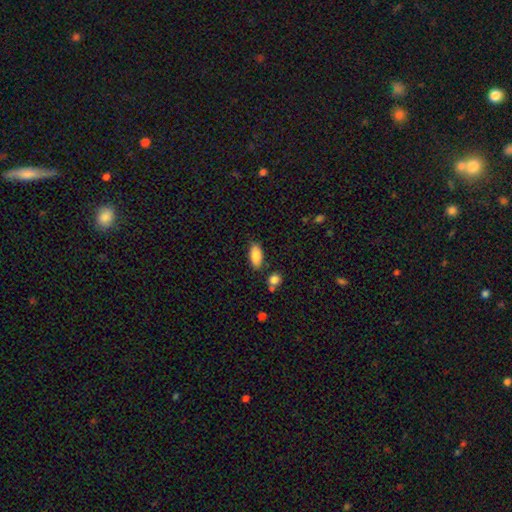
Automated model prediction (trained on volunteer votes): smooth_or_featured: smooth (p=0.85) [alt: featured or disk p=0.08]
how_rounded: in between (p=0.89) [alt: cigar-shaped p=0.08]
merging: none (p=0.80) [alt: minor disturbance p=0.13]